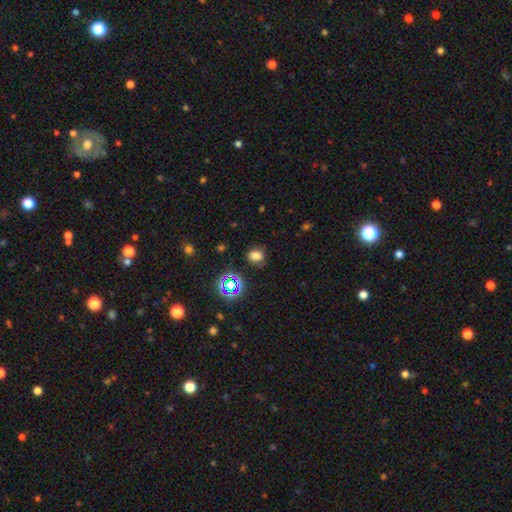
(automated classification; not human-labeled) Q: Smooth or featured?
A: smooth (71%); runner-up: star or artifact (22%)
Q: How rounded?
A: round (65%); runner-up: in between (34%)
Q: Merging?
A: none (79%); runner-up: minor disturbance (14%)